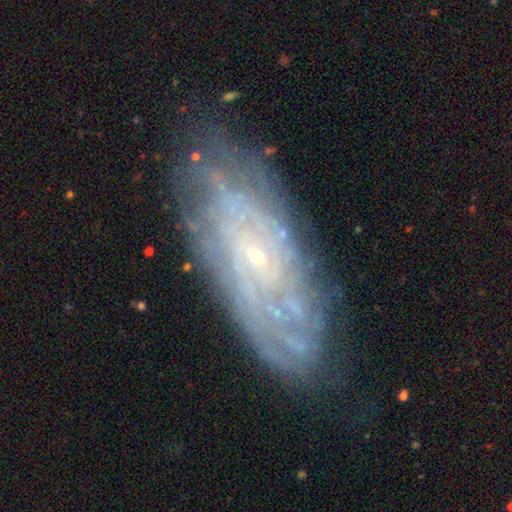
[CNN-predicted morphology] Smooth or featured?
  - featured or disk: 79% *
  - smooth: 14%
  - star or artifact: 7%
Edge-on disk?
  - no: 87% *
  - yes: 13%
Bar?
  - no: 68% *
  - weak: 26%
  - strong: 7%
Spiral arms?
  - yes: 87% *
  - no: 13%
Spiral winding?
  - tight: 73% *
  - medium: 21%
  - loose: 6%
Spiral arm count?
  - can't tell: 56% *
  - more than 4: 12%
  - 4: 10%
  - 2: 10%
  - 3: 8%
  - 1: 5%
Bulge size?
  - small: 86% *
  - moderate: 9%
  - none: 3%
  - large: 1%
  - dominant: 1%
Merging?
  - none: 76% *
  - minor disturbance: 17%
  - major disturbance: 5%
  - merger: 2%